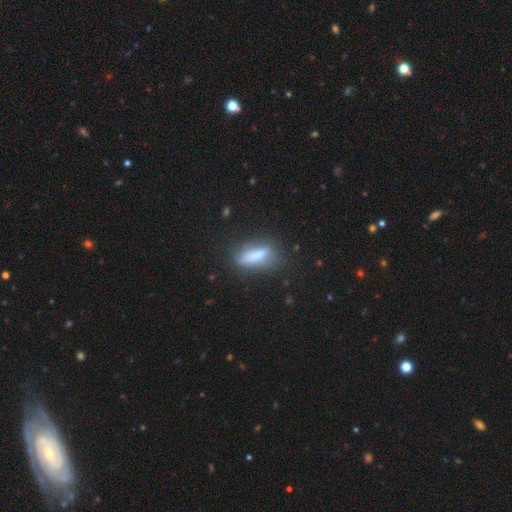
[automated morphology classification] Smooth or featured? Predicted: smooth (p=0.68). How rounded? Predicted: cigar-shaped (p=0.55). Merging? Predicted: none (p=0.66).